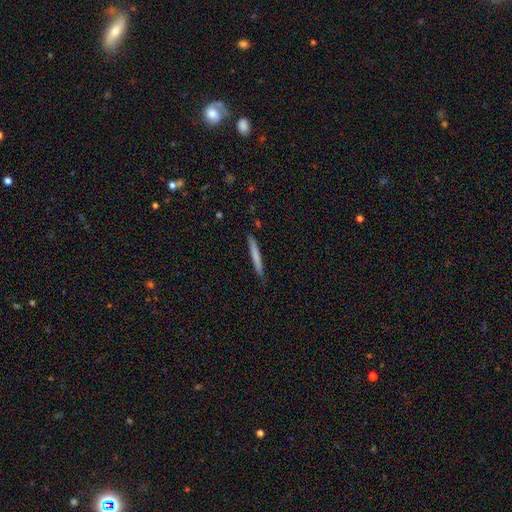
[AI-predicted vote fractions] Q: Smooth or featured?
A: smooth (69%); runner-up: featured or disk (25%)
Q: How rounded?
A: cigar-shaped (97%); runner-up: in between (2%)
Q: Merging?
A: none (87%); runner-up: minor disturbance (10%)